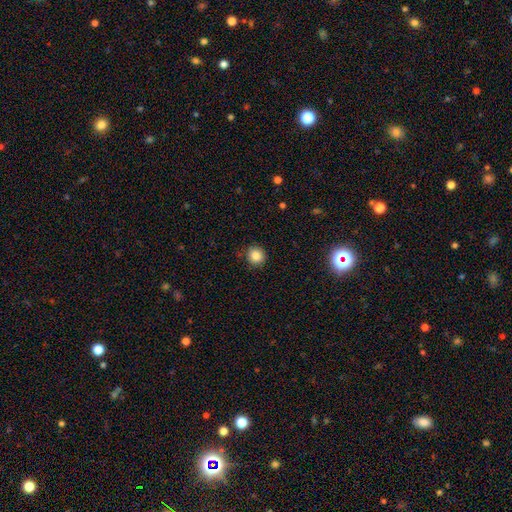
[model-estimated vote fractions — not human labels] Smooth or featured? smooth (85%)
How rounded? round (90%)
Merging? none (89%)